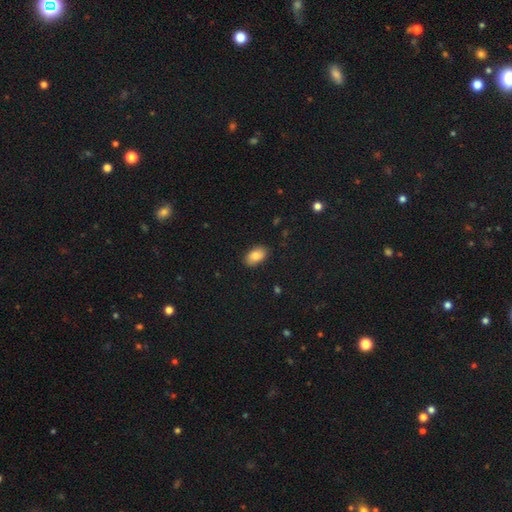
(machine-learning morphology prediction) Overall: smooth (85%). How rounded: in between (92%). Merging: none (86%).